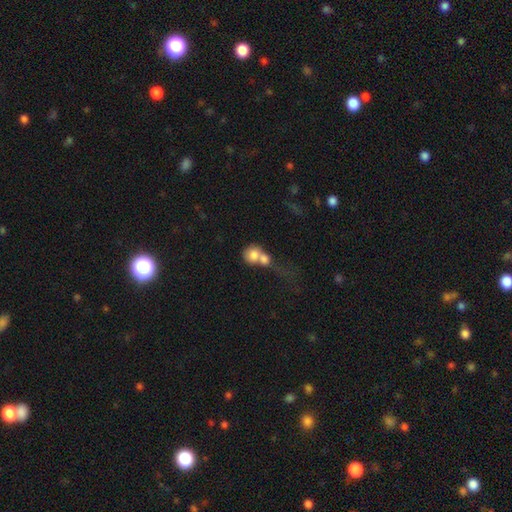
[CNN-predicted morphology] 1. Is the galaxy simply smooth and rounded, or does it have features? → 74% smooth, 17% featured or disk, 9% star or artifact.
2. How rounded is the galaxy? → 76% round, 23% in between, 2% cigar-shaped.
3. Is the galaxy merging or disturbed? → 71% merger, 17% none, 7% major disturbance, 6% minor disturbance.